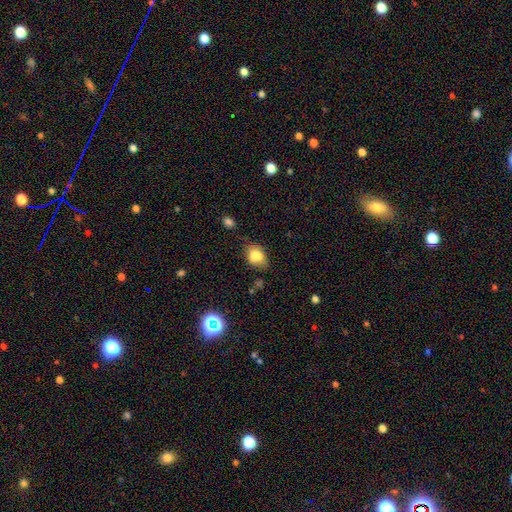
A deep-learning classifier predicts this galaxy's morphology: Smooth or featured: smooth — 80% (featured or disk — 11%)
How rounded: in between — 74% (round — 24%)
Merging: none — 57% (minor disturbance — 30%)